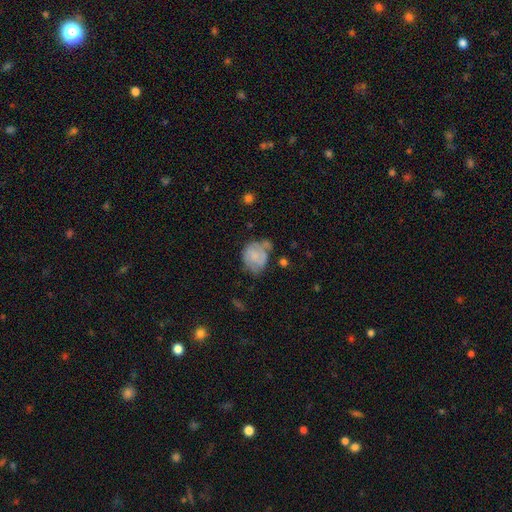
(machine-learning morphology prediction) Q: Smooth or featured?
A: featured or disk (47%); runner-up: smooth (44%)
Q: Merging?
A: none (39%); runner-up: minor disturbance (32%)